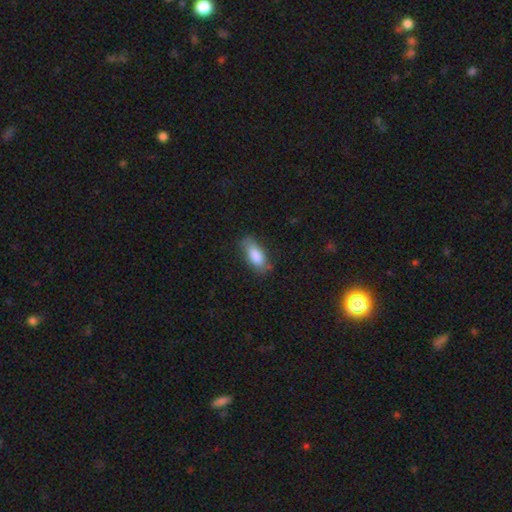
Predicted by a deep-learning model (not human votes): smooth_or_featured: smooth (p=0.83) [alt: featured or disk p=0.10]
how_rounded: in between (p=0.83) [alt: cigar-shaped p=0.15]
merging: none (p=0.73) [alt: minor disturbance p=0.21]